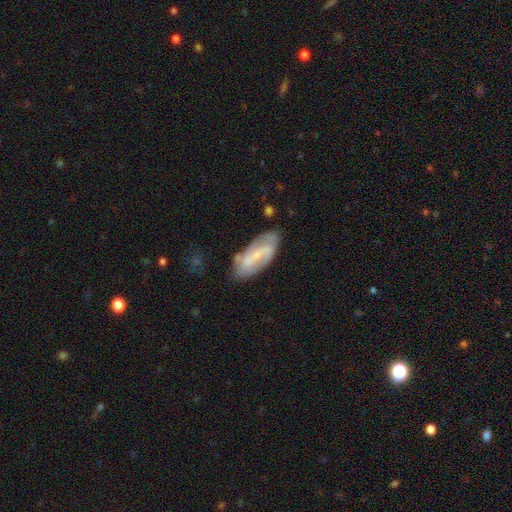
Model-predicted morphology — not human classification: Smooth or featured? Predicted: featured or disk (p=0.69). Edge-on disk? Predicted: no (p=0.92). Bar? Predicted: weak (p=0.44). Spiral arms? Predicted: yes (p=0.87). Spiral winding? Predicted: medium (p=0.42). Spiral arm count? Predicted: 2 (p=0.78). Bulge size? Predicted: small (p=0.62). Merging? Predicted: none (p=0.74).